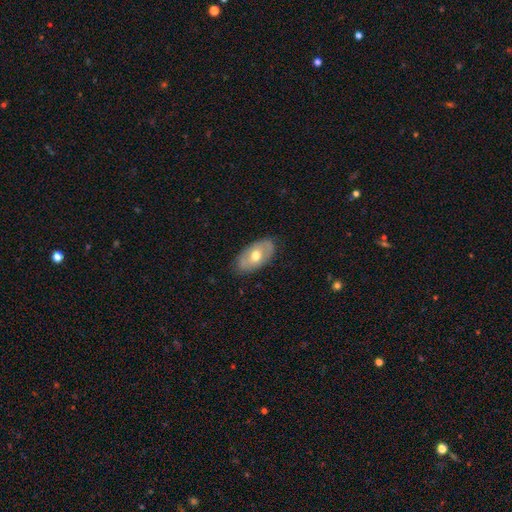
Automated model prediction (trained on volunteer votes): Smooth or featured: smooth — 54% (featured or disk — 40%)
How rounded: in between — 92% (round — 5%)
Merging: none — 82% (minor disturbance — 14%)